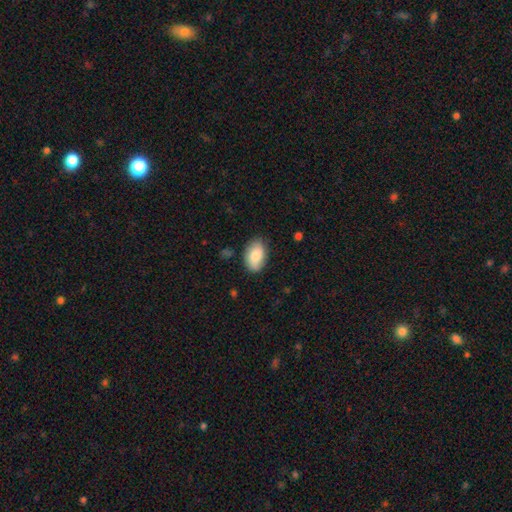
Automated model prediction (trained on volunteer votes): This appears to be a smooth galaxy with no disk features (80%) that is in between round and cigar-shaped (92%). Merging: none (81%).